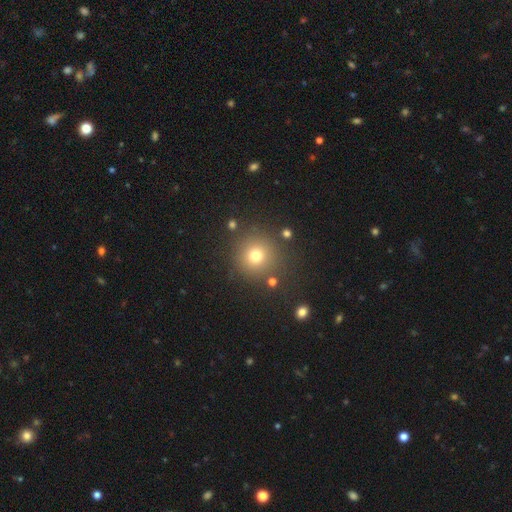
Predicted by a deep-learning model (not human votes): A smooth galaxy with no disk features (73%) that is round (94%).

Vote fractions:
- Smooth or featured? smooth: 73% / star or artifact: 17% / featured or disk: 9%
- How rounded? round: 94% / in between: 5% / cigar-shaped: 1%
- Merging? none: 85% / minor disturbance: 8% / major disturbance: 4% / merger: 4%